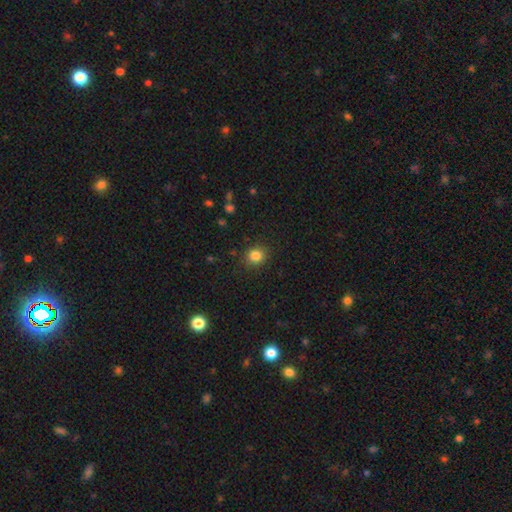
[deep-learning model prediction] Q: Smooth or featured?
A: smooth (84%); runner-up: star or artifact (12%)
Q: How rounded?
A: round (83%); runner-up: in between (17%)
Q: Merging?
A: none (88%); runner-up: minor disturbance (8%)